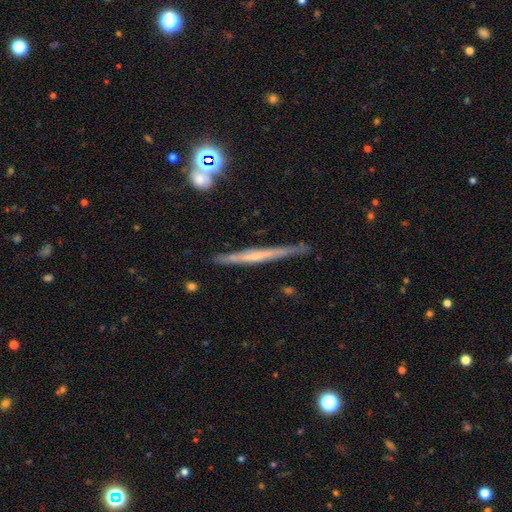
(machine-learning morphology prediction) Smooth or featured? Predicted: featured or disk (p=0.61). Edge-on disk? Predicted: yes (p=0.96). Edge-on bulge? Predicted: none (p=0.67). Merging? Predicted: none (p=0.85).